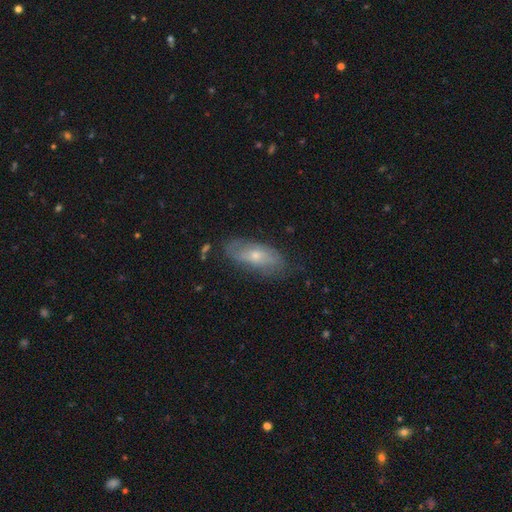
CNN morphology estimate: Smooth or featured: featured or disk — 49% (smooth — 42%)
Merging: none — 70% (minor disturbance — 22%)